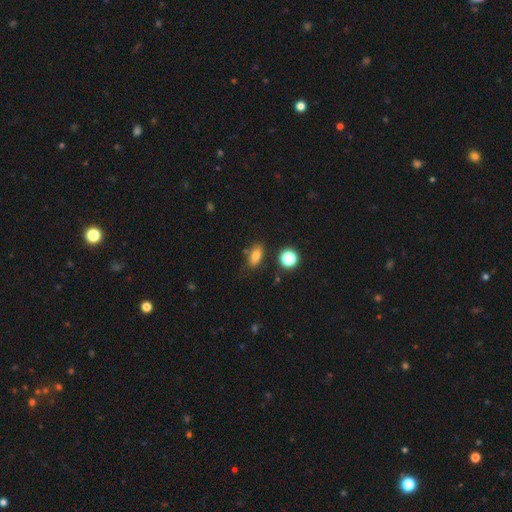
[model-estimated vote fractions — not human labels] Smooth or featured? Predicted: smooth (p=0.79). How rounded? Predicted: in between (p=0.80). Merging? Predicted: none (p=0.75).